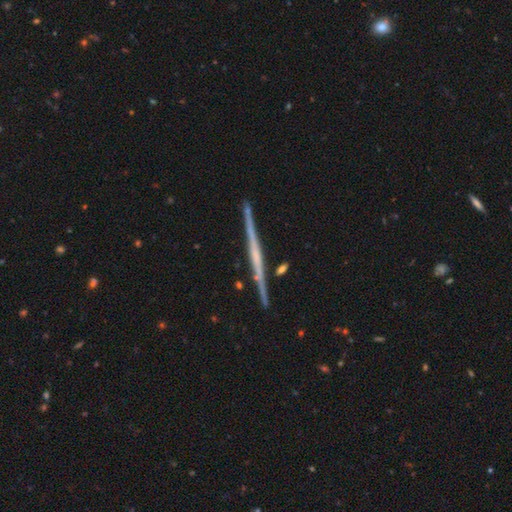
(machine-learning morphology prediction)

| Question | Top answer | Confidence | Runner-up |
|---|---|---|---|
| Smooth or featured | featured or disk | 78% | smooth (17%) |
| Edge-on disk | yes | 98% | no (2%) |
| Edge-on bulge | none | 65% | rounded (24%) |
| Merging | none | 90% | minor disturbance (7%) |